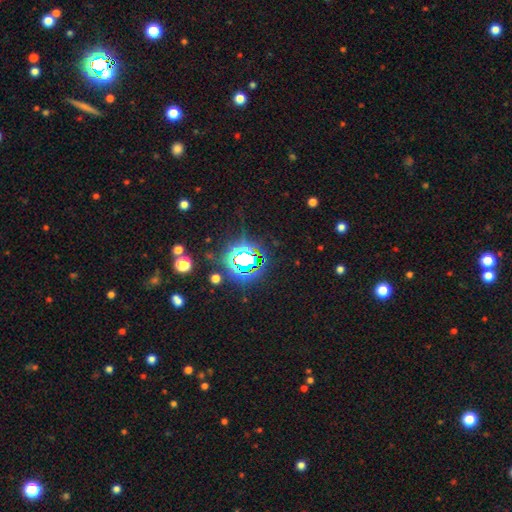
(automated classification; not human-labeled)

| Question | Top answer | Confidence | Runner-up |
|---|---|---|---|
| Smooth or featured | star or artifact | 74% | smooth (15%) |